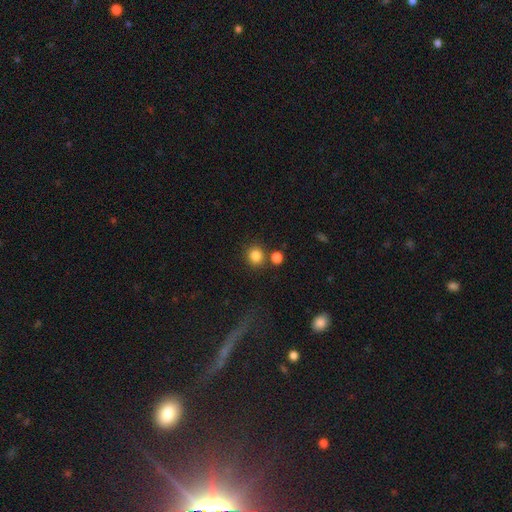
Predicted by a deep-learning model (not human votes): smooth-or-featured: smooth: 84% | star or artifact: 11% | featured or disk: 5%
  how-rounded: round: 84% | in between: 15% | cigar-shaped: 1%
  merging: none: 74% | merger: 13% | minor disturbance: 9% | major disturbance: 4%